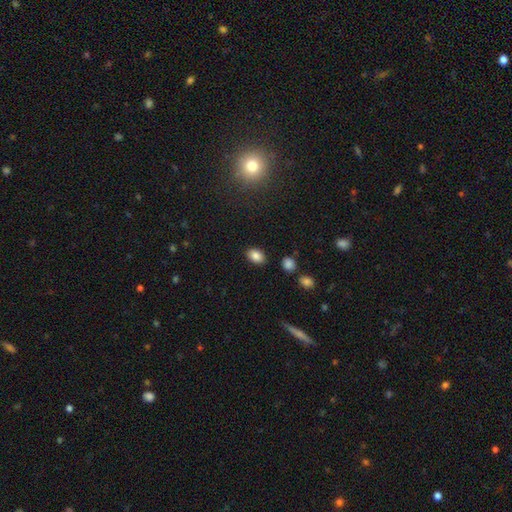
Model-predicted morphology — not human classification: A smooth galaxy with no disk features (85%) that is in between round and cigar-shaped (81%).

Vote fractions:
- Smooth or featured? smooth: 85% / star or artifact: 9% / featured or disk: 6%
- How rounded? in between: 81% / round: 17% / cigar-shaped: 1%
- Merging? none: 85% / minor disturbance: 9% / merger: 3% / major disturbance: 3%